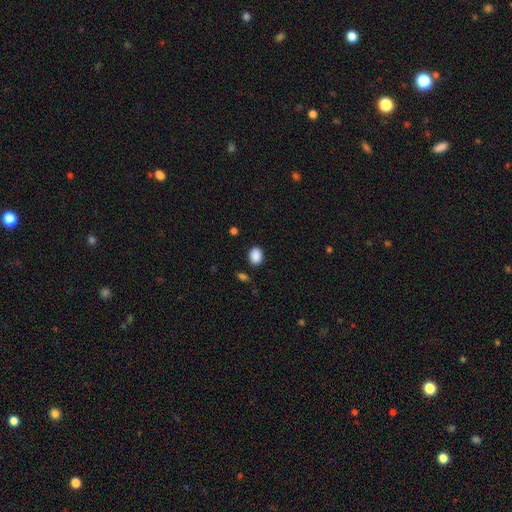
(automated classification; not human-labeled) Smooth or featured: smooth — 89% (star or artifact — 8%)
How rounded: in between — 71% (round — 28%)
Merging: none — 85% (minor disturbance — 10%)